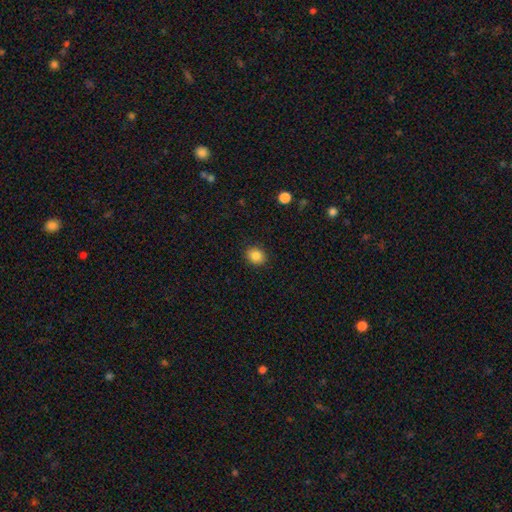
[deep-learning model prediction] A smooth galaxy with no disk features (85%) that is round (67%). Merging: none (90%).